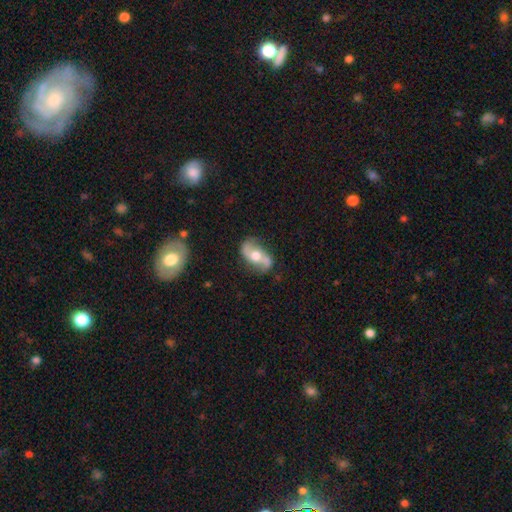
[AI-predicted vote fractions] smooth_or_featured: featured or disk (p=0.74) [alt: smooth p=0.20]
disk_edge_on: no (p=0.94) [alt: yes p=0.06]
bar: no (p=0.50) [alt: weak p=0.34]
has_spiral_arms: yes (p=0.88) [alt: no p=0.12]
spiral_winding: loose (p=0.67) [alt: medium p=0.25]
spiral_arm_count: 2 (p=0.92) [alt: can't tell p=0.04]
bulge_size: moderate (p=0.70) [alt: large p=0.15]
merging: none (p=0.73) [alt: minor disturbance p=0.18]